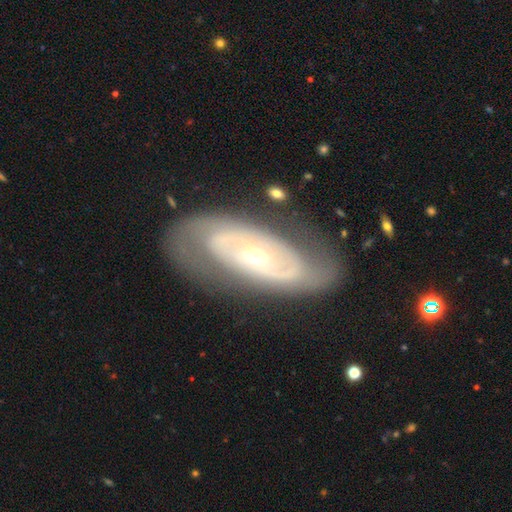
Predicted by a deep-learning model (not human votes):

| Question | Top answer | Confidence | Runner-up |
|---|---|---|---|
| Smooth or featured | featured or disk | 79% | smooth (15%) |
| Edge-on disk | no | 91% | yes (9%) |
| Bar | no | 74% | weak (17%) |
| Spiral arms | yes | 73% | no (27%) |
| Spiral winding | tight | 54% | medium (32%) |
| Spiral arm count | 2 | 65% | can't tell (24%) |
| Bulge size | small | 66% | moderate (31%) |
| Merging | none | 73% | minor disturbance (16%) |